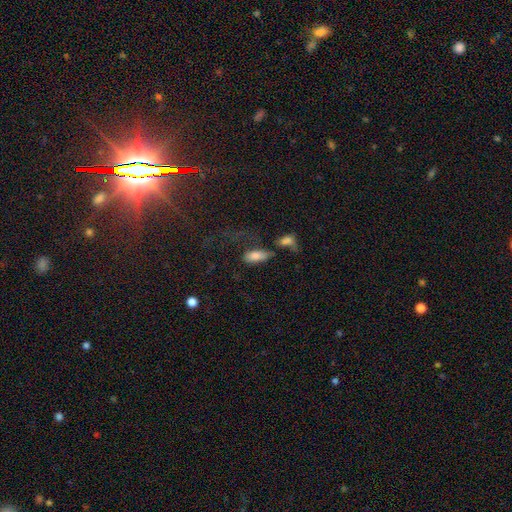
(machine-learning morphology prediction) A smooth galaxy with no disk features (76%) that is in between round and cigar-shaped (80%).

Vote fractions:
- Smooth or featured? smooth: 76% / featured or disk: 13% / star or artifact: 11%
- How rounded? in between: 80% / cigar-shaped: 16% / round: 4%
- Merging? none: 42% / merger: 21% / minor disturbance: 19% / major disturbance: 18%